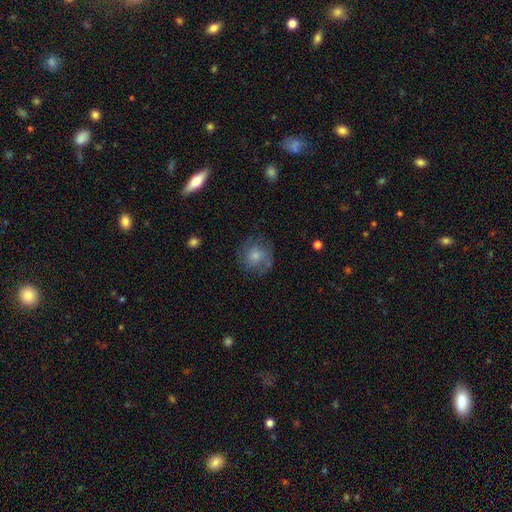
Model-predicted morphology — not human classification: Smooth or featured?
  - smooth: 56% *
  - featured or disk: 35%
  - star or artifact: 9%
How rounded?
  - round: 83% *
  - in between: 16%
  - cigar-shaped: 1%
Merging?
  - none: 68% *
  - minor disturbance: 19%
  - major disturbance: 11%
  - merger: 2%